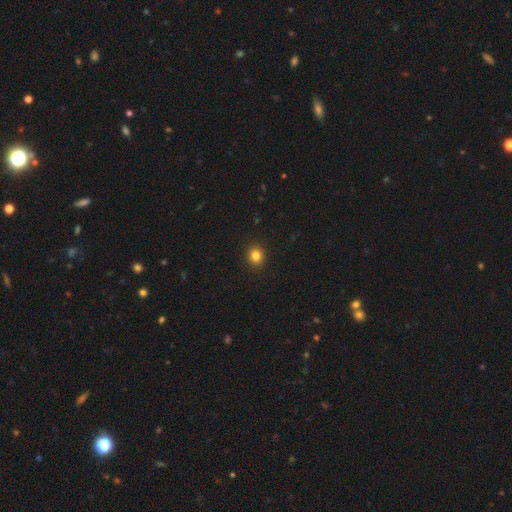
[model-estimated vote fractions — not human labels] Smooth or featured: smooth — 83% (star or artifact — 12%)
How rounded: round — 74% (in between — 25%)
Merging: none — 91% (minor disturbance — 6%)